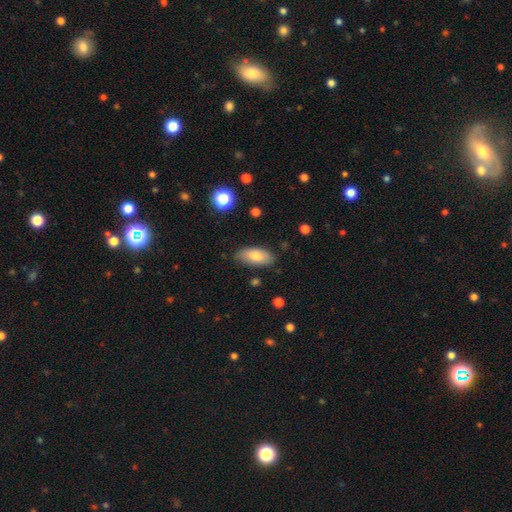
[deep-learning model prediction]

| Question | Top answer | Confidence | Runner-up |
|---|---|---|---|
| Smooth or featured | smooth | 78% | featured or disk (15%) |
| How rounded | in between | 88% | cigar-shaped (10%) |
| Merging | none | 82% | minor disturbance (14%) |